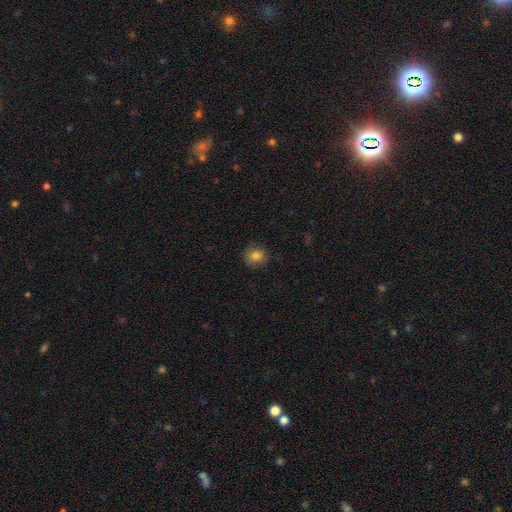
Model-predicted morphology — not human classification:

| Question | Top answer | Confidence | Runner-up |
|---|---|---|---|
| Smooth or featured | smooth | 81% | star or artifact (11%) |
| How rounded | round | 87% | in between (12%) |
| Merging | none | 83% | minor disturbance (13%) |